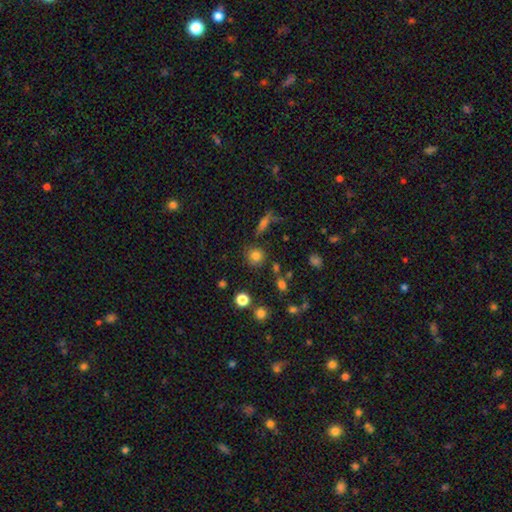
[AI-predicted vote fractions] Smooth or featured? Predicted: smooth (p=0.79). How rounded? Predicted: round (p=0.89). Merging? Predicted: none (p=0.81).